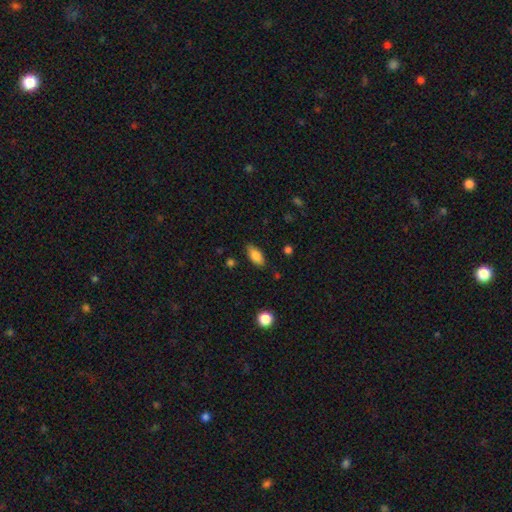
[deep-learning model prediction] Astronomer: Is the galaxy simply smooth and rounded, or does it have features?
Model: smooth — 83%.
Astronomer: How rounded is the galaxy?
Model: in between — 88%.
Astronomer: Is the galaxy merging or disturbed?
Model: none — 83%.